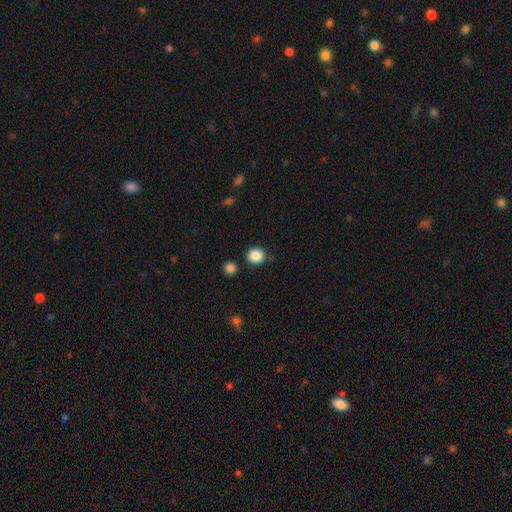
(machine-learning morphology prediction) Smooth or featured?
  - smooth: 87% *
  - star or artifact: 10%
  - featured or disk: 3%
How rounded?
  - round: 89% *
  - in between: 10%
  - cigar-shaped: 1%
Merging?
  - none: 85% *
  - minor disturbance: 8%
  - merger: 4%
  - major disturbance: 3%